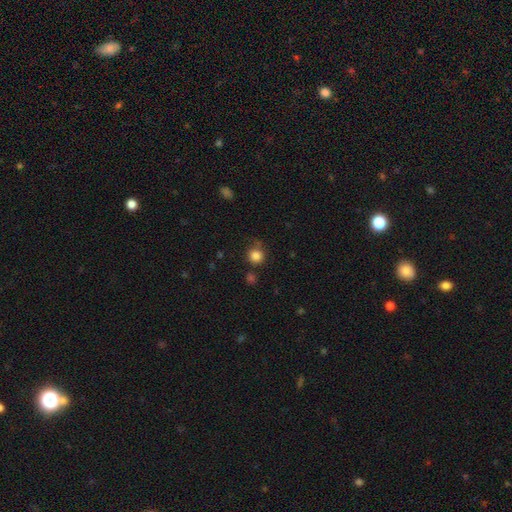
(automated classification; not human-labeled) Overall: smooth (84%). How rounded: round (92%). Merging: none (77%).